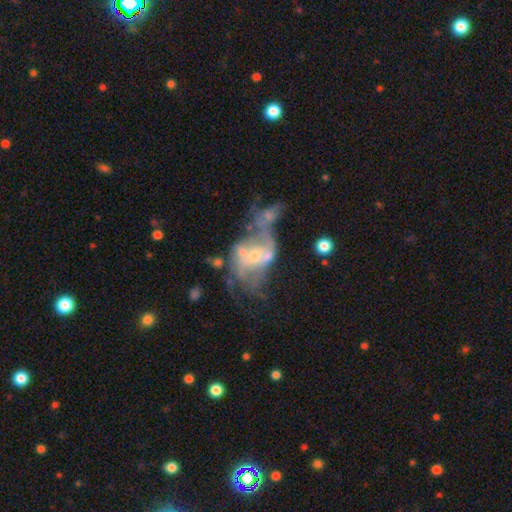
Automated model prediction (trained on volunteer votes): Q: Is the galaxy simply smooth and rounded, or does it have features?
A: featured or disk — 71%.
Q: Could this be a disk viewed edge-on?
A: no — 97%.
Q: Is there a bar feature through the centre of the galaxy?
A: no — 71%.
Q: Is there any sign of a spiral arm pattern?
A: no — 51%.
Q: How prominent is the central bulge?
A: small — 50%.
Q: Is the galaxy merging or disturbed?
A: merger — 42%.